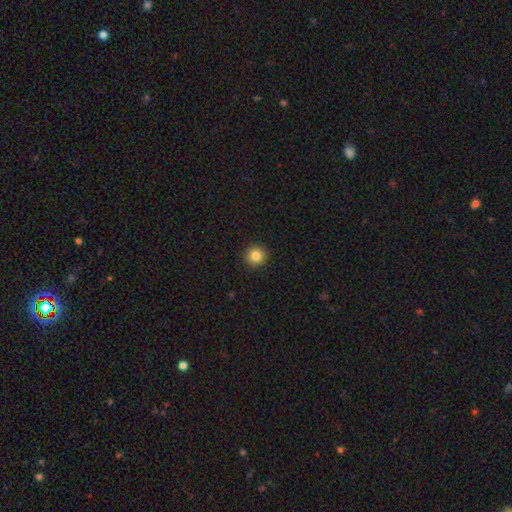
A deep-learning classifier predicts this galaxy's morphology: smooth 83%, star or artifact 11%, featured or disk 6%. Down the decision tree: how rounded — round (93%); merging — none (92%).